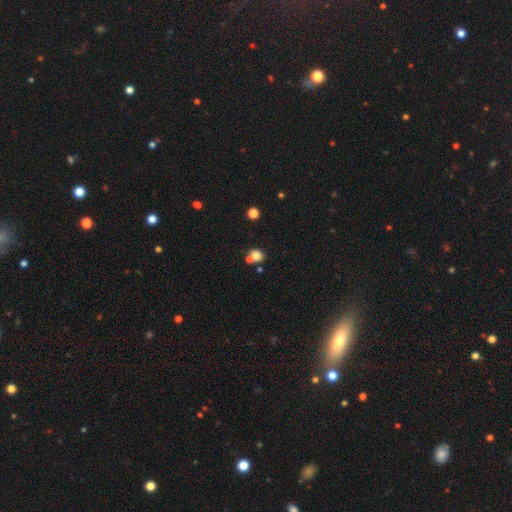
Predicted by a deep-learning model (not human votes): Morphology: type=smooth (78%); roundness=round (61%); merging=none (51%).